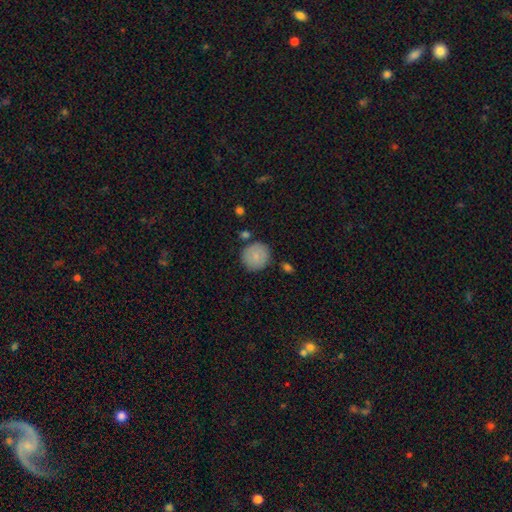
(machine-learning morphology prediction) smooth 83%, featured or disk 10%, star or artifact 7%. Down the decision tree: how rounded — round (91%); merging — none (81%).